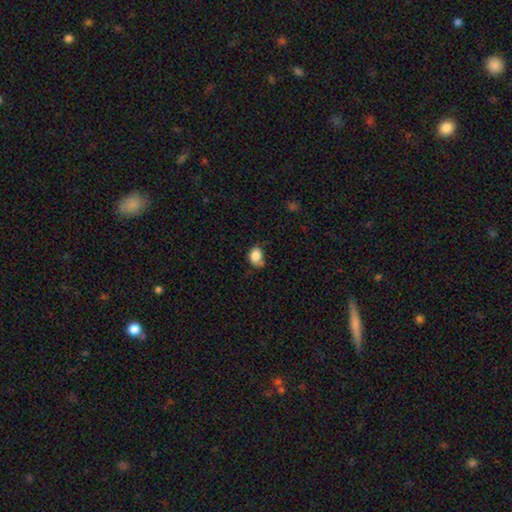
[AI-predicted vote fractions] Q: Smooth or featured?
A: smooth (84%); runner-up: star or artifact (9%)
Q: How rounded?
A: in between (60%); runner-up: round (39%)
Q: Merging?
A: none (47%); runner-up: minor disturbance (38%)